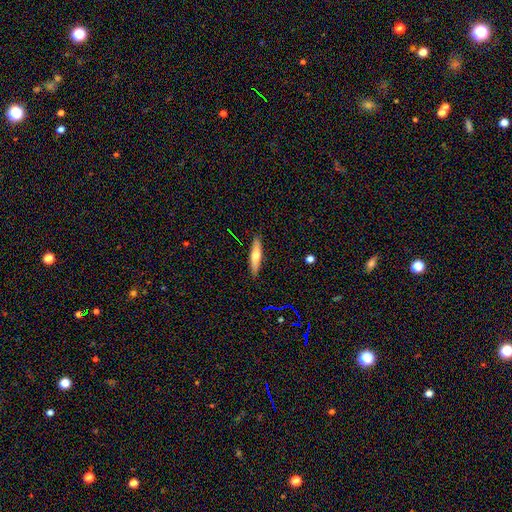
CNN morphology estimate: smooth-or-featured: smooth: 57% | featured or disk: 36% | star or artifact: 7%
  how-rounded: cigar-shaped: 76% | in between: 22% | round: 2%
  merging: none: 89% | minor disturbance: 8% | major disturbance: 2% | merger: 1%